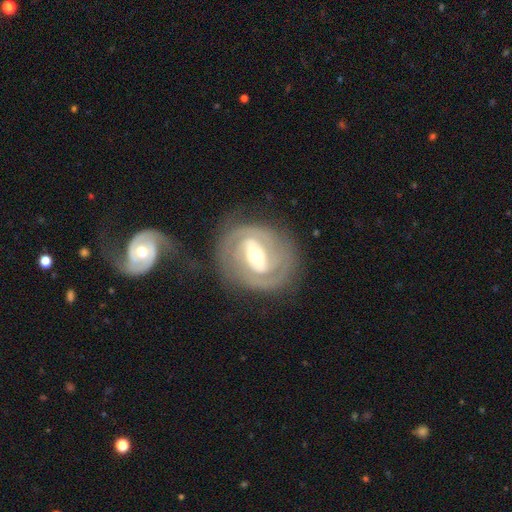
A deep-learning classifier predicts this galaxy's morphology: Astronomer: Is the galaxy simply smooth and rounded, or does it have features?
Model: featured or disk — 84%.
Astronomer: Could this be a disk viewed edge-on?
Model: no — 96%.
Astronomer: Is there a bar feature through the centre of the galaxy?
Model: strong — 49% (runner-up: weak, 32%).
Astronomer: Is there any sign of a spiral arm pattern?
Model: yes — 88%.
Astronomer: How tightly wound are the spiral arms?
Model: tight — 65%.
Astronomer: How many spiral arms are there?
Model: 2 — 65%.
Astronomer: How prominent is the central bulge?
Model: moderate — 59%.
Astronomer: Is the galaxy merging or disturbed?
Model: none — 76%.